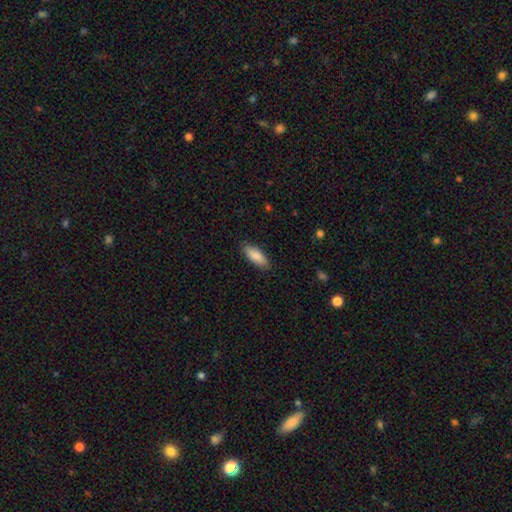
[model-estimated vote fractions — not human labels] The model was most divided on "how rounded": in between: 75%, cigar-shaped: 24%, round: 2%. More confident: smooth or featured — smooth (87%); merging — none (86%).